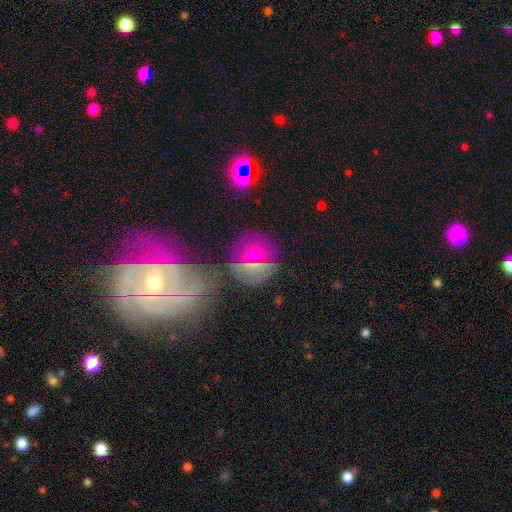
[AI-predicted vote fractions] smooth 40%, featured or disk 38%, star or artifact 22%. Down the decision tree: merging — none (57%).